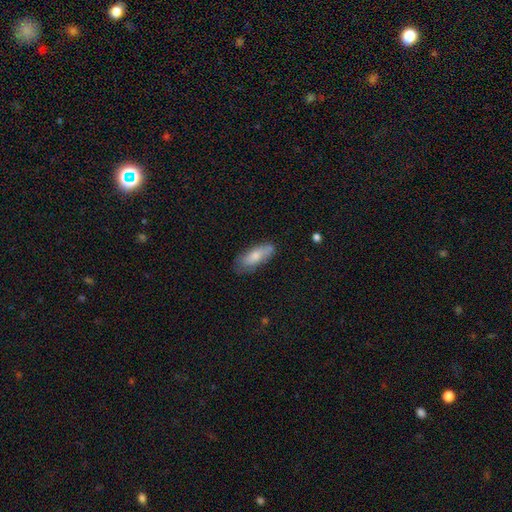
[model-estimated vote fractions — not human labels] Q: Smooth or featured?
A: smooth (73%); runner-up: featured or disk (20%)
Q: How rounded?
A: in between (69%); runner-up: cigar-shaped (29%)
Q: Merging?
A: none (68%); runner-up: minor disturbance (24%)